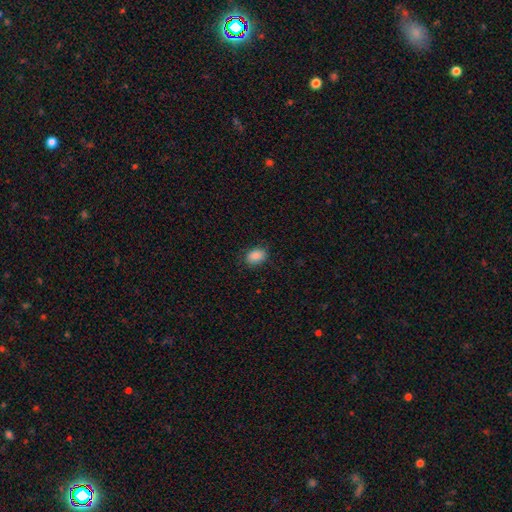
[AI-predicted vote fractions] Overall: smooth (88%). How rounded: in between (79%). Merging: none (83%).